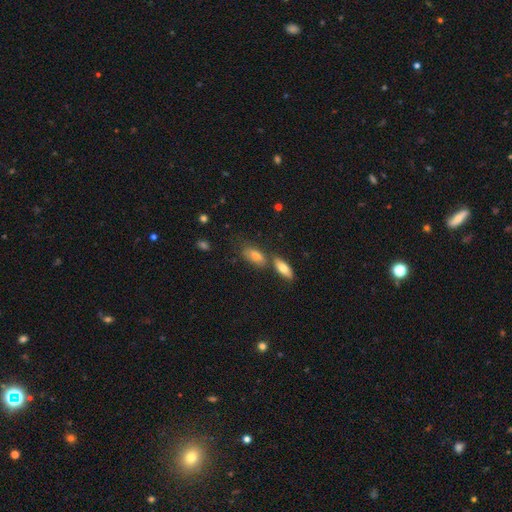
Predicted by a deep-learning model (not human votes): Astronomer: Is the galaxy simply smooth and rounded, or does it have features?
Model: smooth — 72%.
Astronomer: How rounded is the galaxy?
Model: in between — 82%.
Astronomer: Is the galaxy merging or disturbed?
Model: none — 52%.